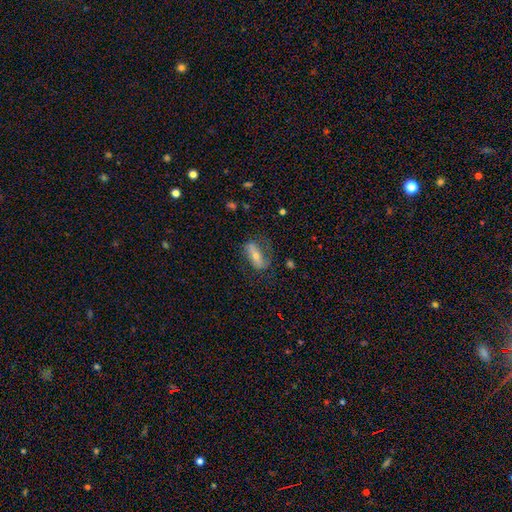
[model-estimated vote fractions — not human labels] Smooth or featured? featured or disk (57%)
Edge-on disk? no (82%)
Merging? none (63%)